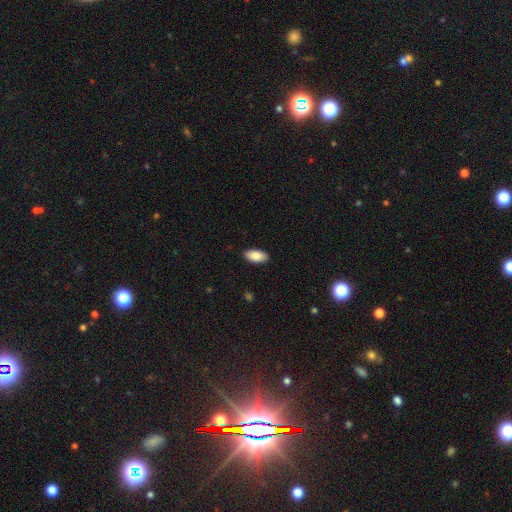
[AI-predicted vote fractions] Q: Smooth or featured?
A: smooth (88%); runner-up: featured or disk (6%)
Q: How rounded?
A: in between (93%); runner-up: cigar-shaped (5%)
Q: Merging?
A: none (88%); runner-up: minor disturbance (9%)